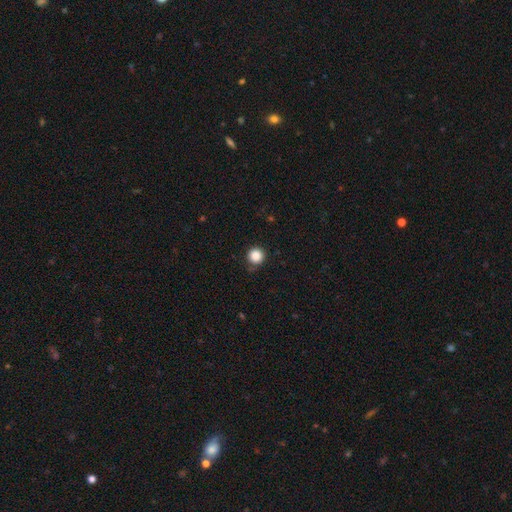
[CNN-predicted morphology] Smooth or featured: smooth — 86% (star or artifact — 11%)
How rounded: round — 96% (in between — 3%)
Merging: none — 86% (minor disturbance — 10%)